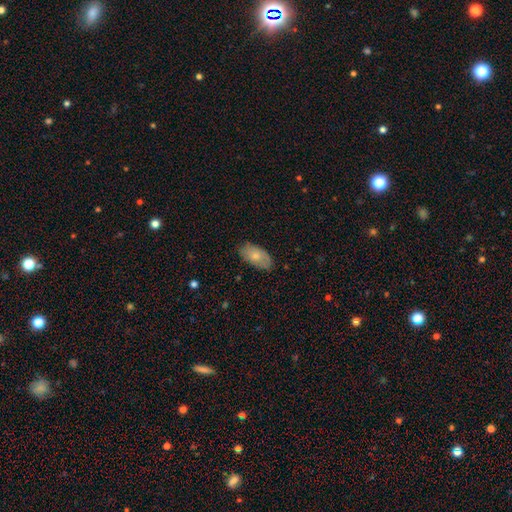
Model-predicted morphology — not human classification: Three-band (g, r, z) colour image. It shows a smooth galaxy with no disk features (75%) that is in between round and cigar-shaped (94%). Merging: none (79%).